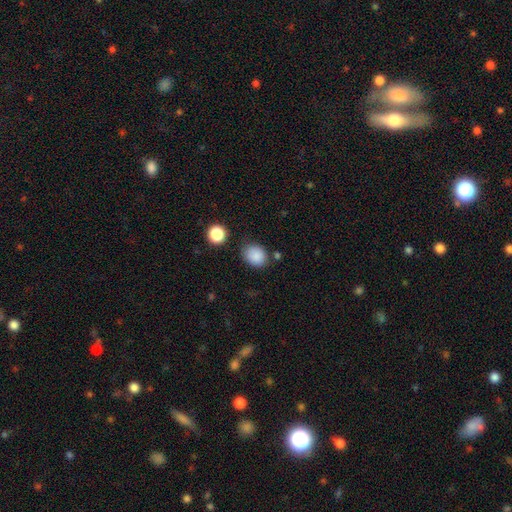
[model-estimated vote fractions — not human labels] This is clearly a smooth galaxy (87%). How rounded: possibly round (53%). Merging: likely none (76%).